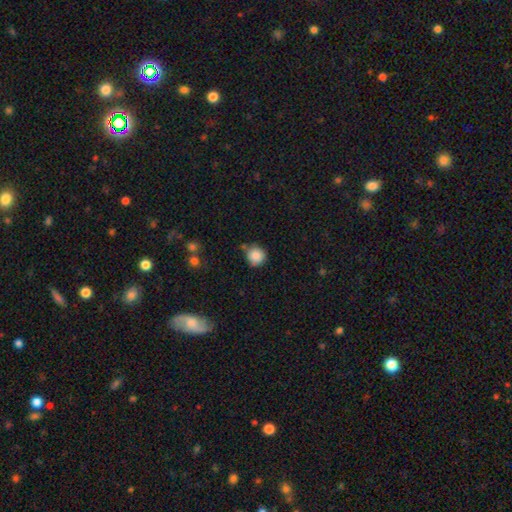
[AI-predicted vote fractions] smooth-or-featured: smooth: 87% | star or artifact: 9% | featured or disk: 4%
  how-rounded: round: 92% | in between: 7% | cigar-shaped: 1%
  merging: none: 71% | minor disturbance: 18% | merger: 6% | major disturbance: 4%